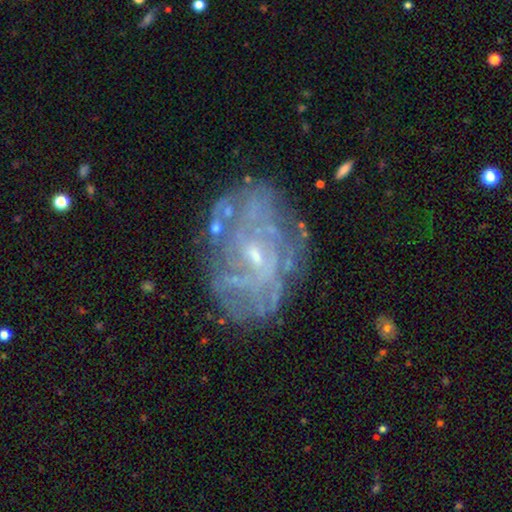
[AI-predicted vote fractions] A featured or disk galaxy (80%) with no bar (49%), tight (57%) spiral arms (82%) and a small central bulge (75%).

Vote fractions:
- Smooth or featured? featured or disk: 80% / smooth: 11% / star or artifact: 10%
- Edge-on disk? no: 97% / yes: 3%
- Bar? no: 49% / weak: 42% / strong: 9%
- Spiral arms? yes: 82% / no: 18%
- Spiral winding? tight: 57% / medium: 30% / loose: 13%
- Spiral arm count? can't tell: 52% / 4: 12% / 2: 11% / more than 4: 10% / 3: 9% / 1: 6%
- Bulge size? small: 75% / moderate: 19% / none: 4% / large: 1% / dominant: 1%
- Merging? none: 72% / minor disturbance: 17% / major disturbance: 9% / merger: 3%